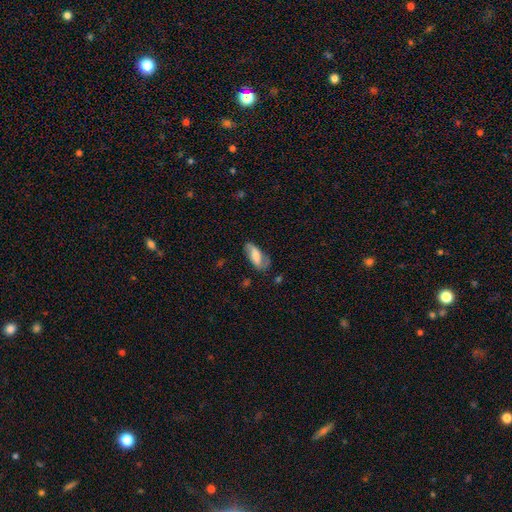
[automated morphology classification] This is possibly a featured or disk galaxy (48%). Merging: possibly none (59%).